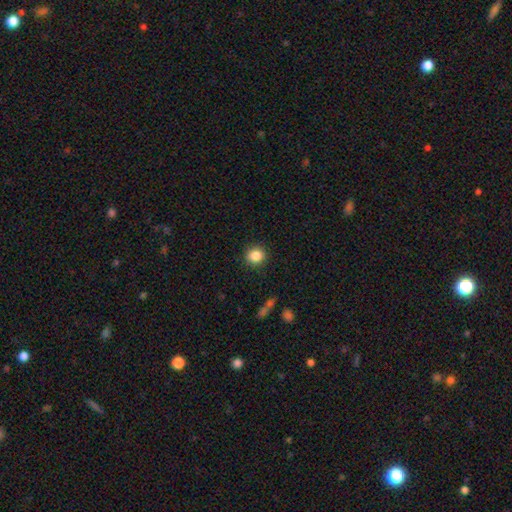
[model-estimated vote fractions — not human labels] Morphology: type=smooth (85%); roundness=round (88%); merging=none (90%).